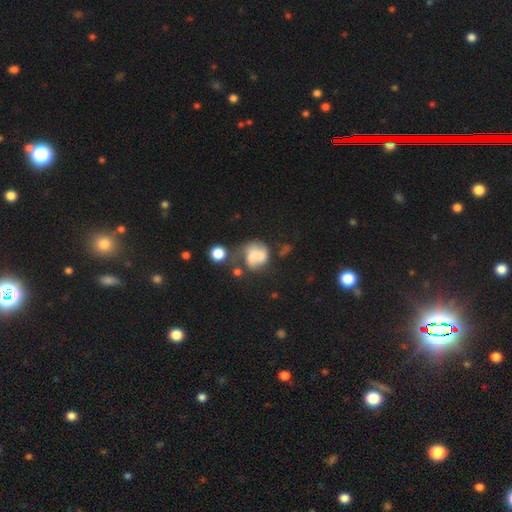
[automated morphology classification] Overall: smooth (54%; featured or disk 35%). How rounded: round (65%; in between 34%). Merging: major disturbance (28%; none 26%).